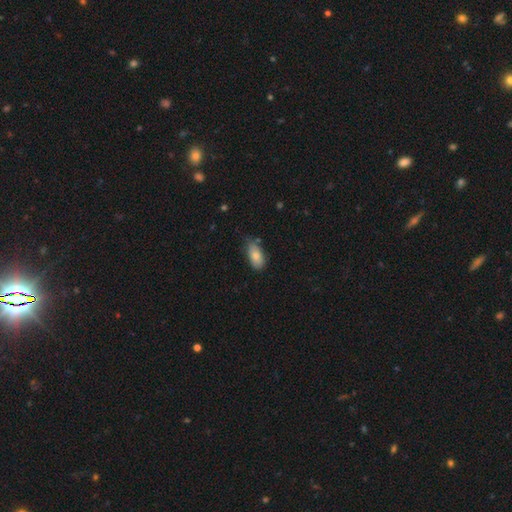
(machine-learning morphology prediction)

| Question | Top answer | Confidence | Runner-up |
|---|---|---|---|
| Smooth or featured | smooth | 80% | featured or disk (13%) |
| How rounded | in between | 91% | cigar-shaped (6%) |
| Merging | none | 63% | minor disturbance (30%) |